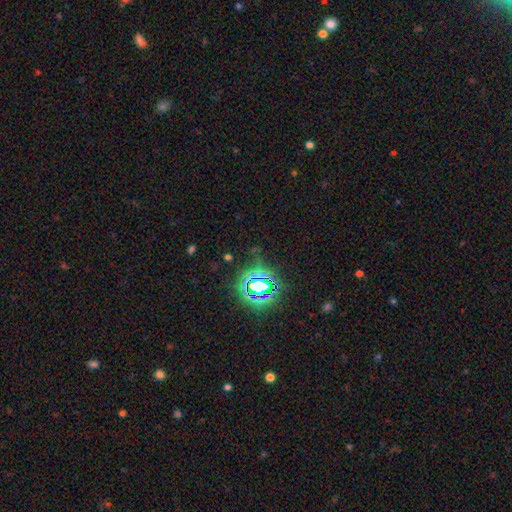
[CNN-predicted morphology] A star or artifact, not a galaxy (78%).